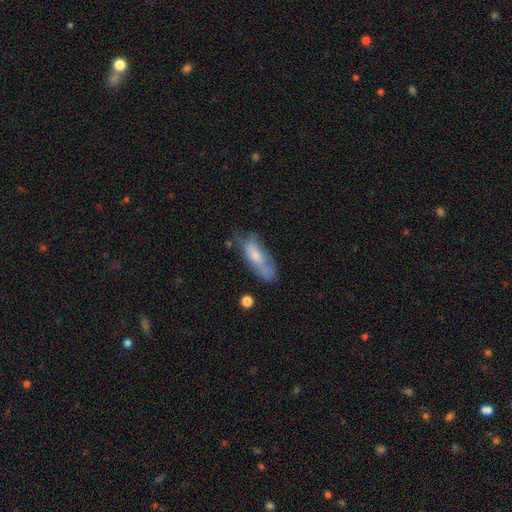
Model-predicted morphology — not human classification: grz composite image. It shows a smooth galaxy with no disk features (67%) that is in between round and cigar-shaped (57%). Merging: none (45%).